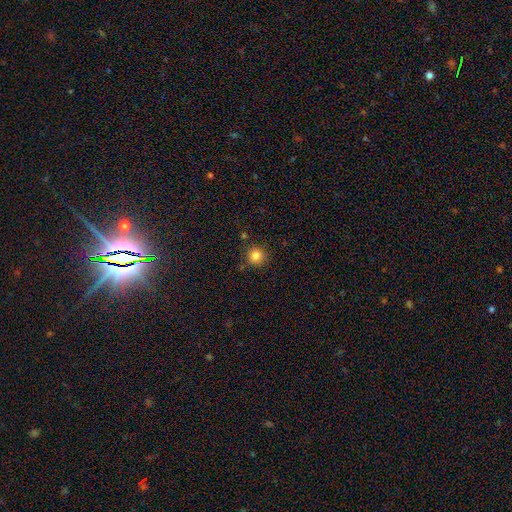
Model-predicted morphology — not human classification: Smooth or featured? Predicted: smooth (p=0.84). How rounded? Predicted: round (p=0.94). Merging? Predicted: none (p=0.84).